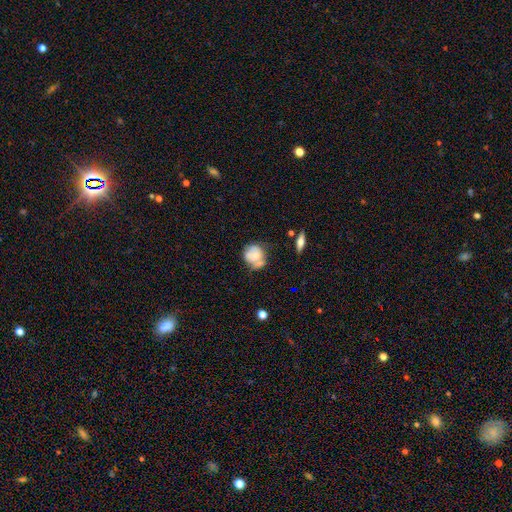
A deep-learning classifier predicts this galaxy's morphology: A smooth galaxy with no disk features (57%) that is round (76%). Merging: none (40%).